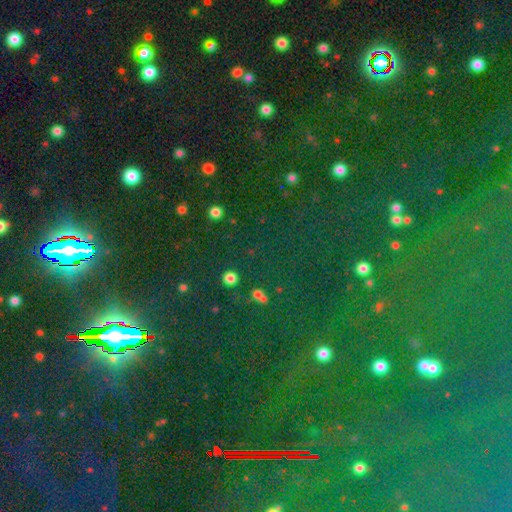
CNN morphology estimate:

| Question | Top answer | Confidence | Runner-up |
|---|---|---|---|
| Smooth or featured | star or artifact | 83% | smooth (10%) |